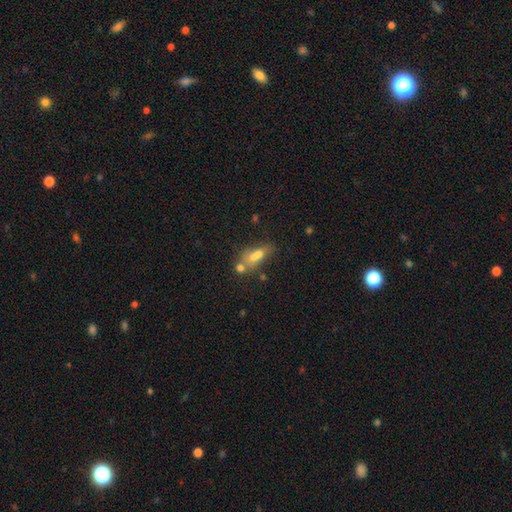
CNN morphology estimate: Smooth or featured: smooth — 62% (featured or disk — 25%)
How rounded: in between — 70% (cigar-shaped — 17%)
Merging: merger — 45% (none — 32%)